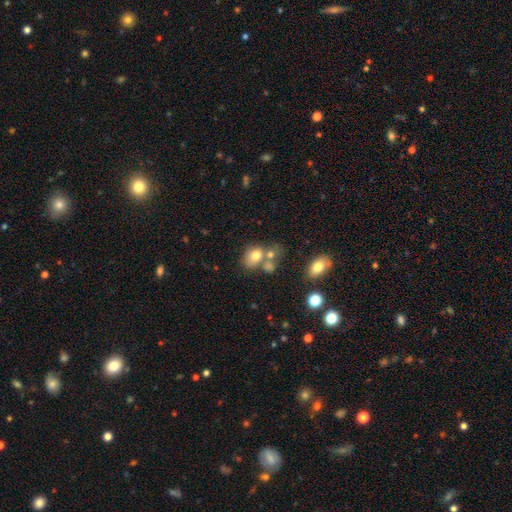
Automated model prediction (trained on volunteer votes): smooth_or_featured: smooth (p=0.75) [alt: featured or disk p=0.15]
how_rounded: in between (p=0.63) [alt: round p=0.36]
merging: merger (p=0.42) [alt: none p=0.38]